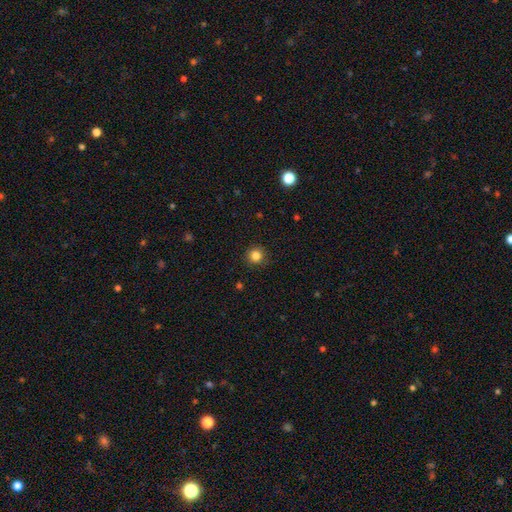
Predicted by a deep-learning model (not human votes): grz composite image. It shows a smooth galaxy with no disk features (84%) that is round (94%). Merging: none (91%).